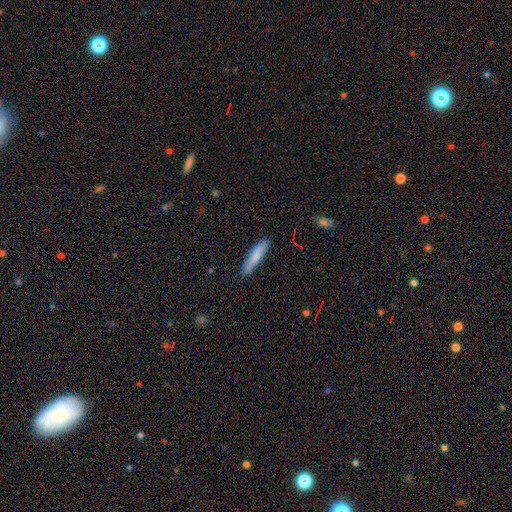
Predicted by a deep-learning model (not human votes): smooth-or-featured: smooth: 80% | featured or disk: 15% | star or artifact: 6%
  how-rounded: cigar-shaped: 90% | in between: 9% | round: 1%
  merging: none: 87% | minor disturbance: 10% | major disturbance: 2% | merger: 1%